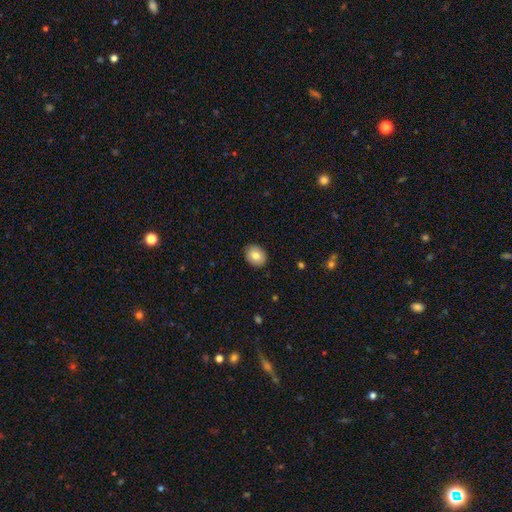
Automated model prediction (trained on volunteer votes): smooth 79%, featured or disk 13%, star or artifact 8%. Down the decision tree: how rounded — round (56%); merging — none (90%).